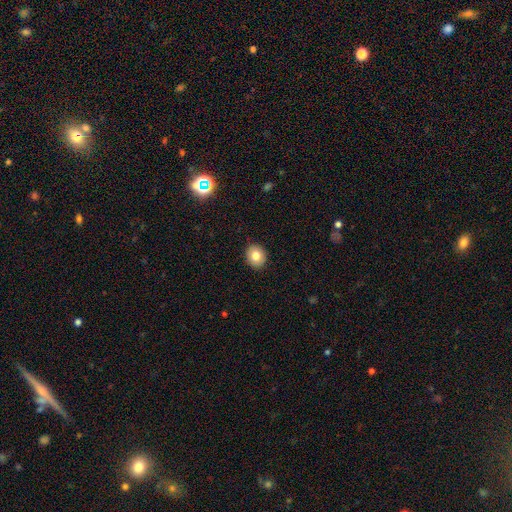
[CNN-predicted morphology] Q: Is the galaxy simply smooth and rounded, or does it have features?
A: smooth — 80%.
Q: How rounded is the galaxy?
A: round — 65%.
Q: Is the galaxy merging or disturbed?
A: none — 90%.